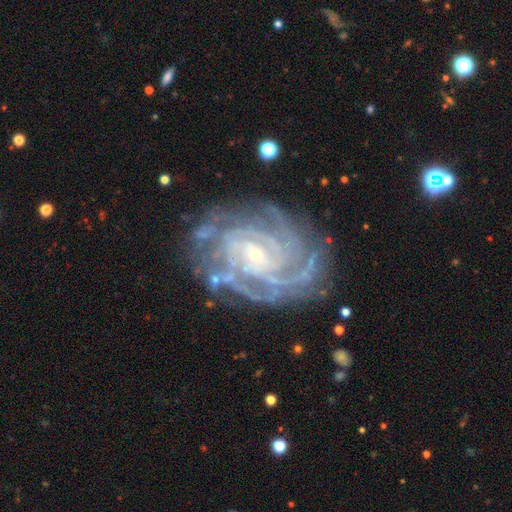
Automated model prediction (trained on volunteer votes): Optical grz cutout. It shows a featured or disk galaxy (91%) with no bar (61%), 4 (29%) tight (79%) spiral arms (98%) and a small central bulge (83%). Merging: none (75%).